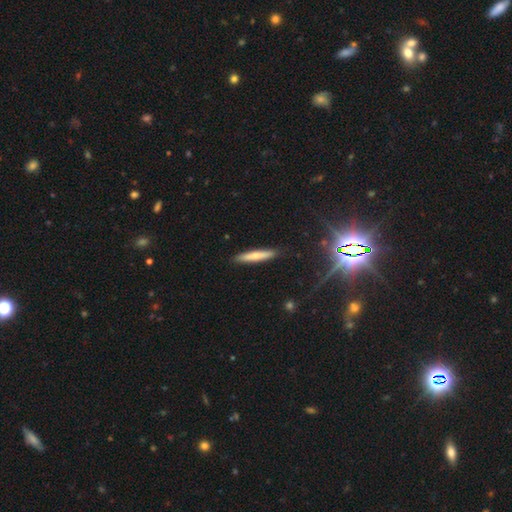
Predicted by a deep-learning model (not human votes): This is likely a smooth galaxy (63%). How rounded: clearly cigar-shaped (91%). Merging: clearly none (90%).